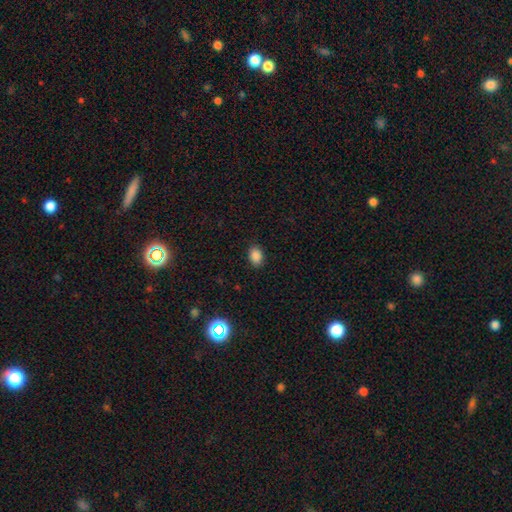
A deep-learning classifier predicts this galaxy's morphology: A smooth galaxy with no disk features (87%) that is in between round and cigar-shaped (77%).

Vote fractions:
- Smooth or featured? smooth: 87% / star or artifact: 10% / featured or disk: 3%
- How rounded? in between: 77% / round: 22% / cigar-shaped: 1%
- Merging? none: 88% / minor disturbance: 9% / major disturbance: 2% / merger: 1%